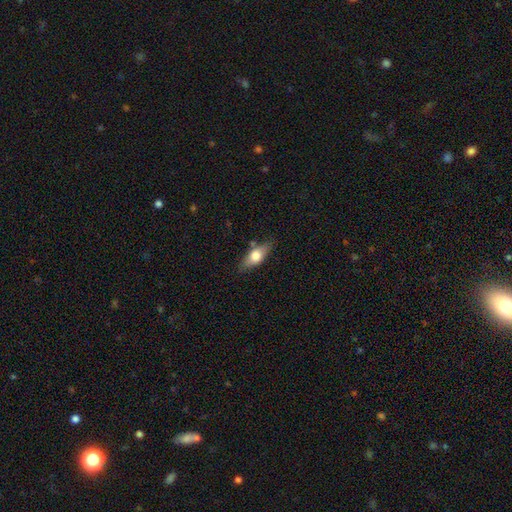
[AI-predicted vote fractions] Smooth or featured: smooth — 61% (featured or disk — 32%)
How rounded: in between — 73% (cigar-shaped — 22%)
Merging: none — 77% (minor disturbance — 16%)